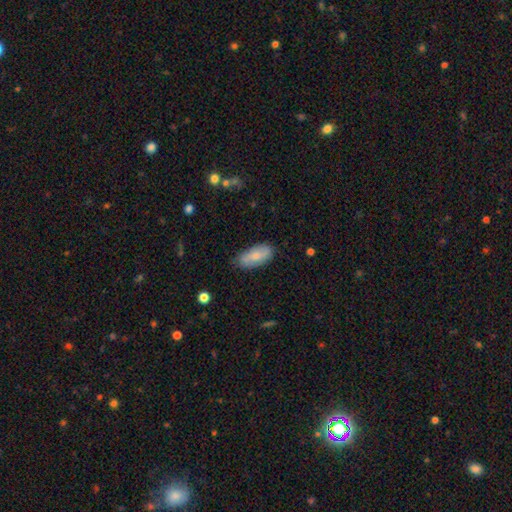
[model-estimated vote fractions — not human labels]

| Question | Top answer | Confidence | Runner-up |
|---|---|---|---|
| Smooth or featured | smooth | 71% | featured or disk (23%) |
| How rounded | in between | 87% | cigar-shaped (11%) |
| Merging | none | 77% | minor disturbance (19%) |